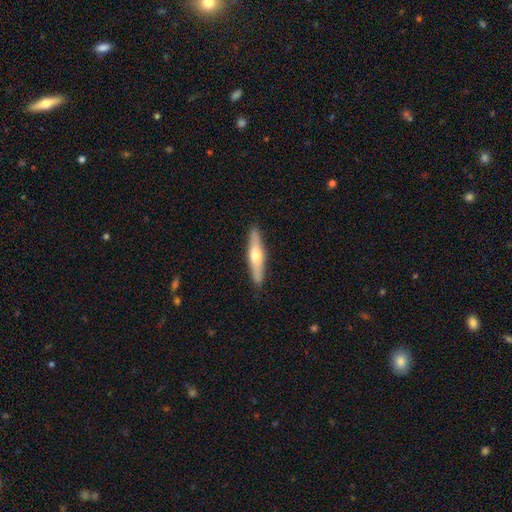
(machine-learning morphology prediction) Smooth or featured? Predicted: featured or disk (p=0.48). Merging? Predicted: none (p=0.90).